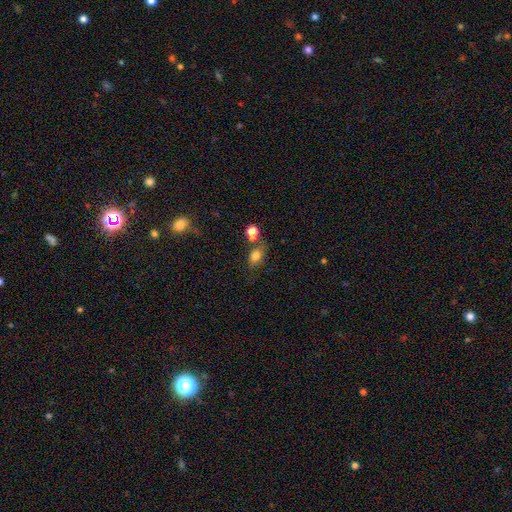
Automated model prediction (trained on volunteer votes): Overall: smooth (75%). How rounded: in between (70%). Merging: none (60%).